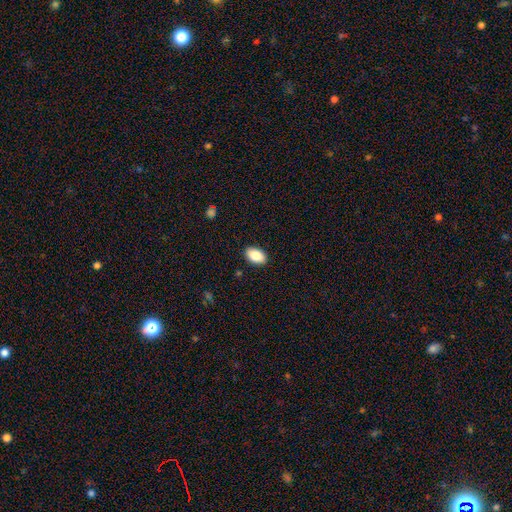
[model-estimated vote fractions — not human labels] A smooth galaxy with no disk features (87%) that is in between round and cigar-shaped (92%).

Vote fractions:
- Smooth or featured? smooth: 87% / star or artifact: 7% / featured or disk: 6%
- How rounded? in between: 92% / round: 6% / cigar-shaped: 1%
- Merging? none: 89% / minor disturbance: 8% / major disturbance: 2% / merger: 1%